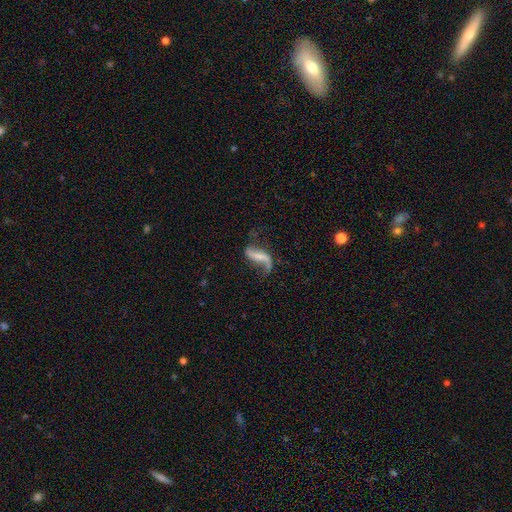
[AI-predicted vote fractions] Q: Smooth or featured?
A: featured or disk (81%); runner-up: smooth (11%)
Q: Edge-on disk?
A: no (92%); runner-up: yes (8%)
Q: Bar?
A: strong (37%); runner-up: weak (35%)
Q: Spiral arms?
A: yes (92%); runner-up: no (8%)
Q: Spiral winding?
A: loose (88%); runner-up: medium (9%)
Q: Spiral arm count?
A: 2 (81%); runner-up: 1 (14%)
Q: Bulge size?
A: small (42%); runner-up: none (37%)
Q: Merging?
A: none (57%); runner-up: major disturbance (20%)